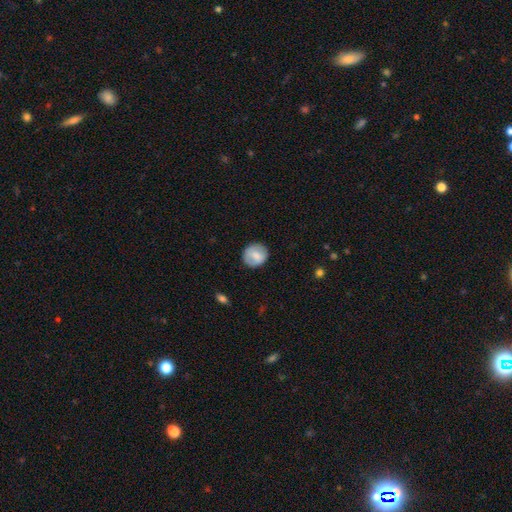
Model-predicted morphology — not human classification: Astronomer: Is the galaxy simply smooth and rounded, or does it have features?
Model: smooth — 71%.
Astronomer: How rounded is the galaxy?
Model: round — 80%.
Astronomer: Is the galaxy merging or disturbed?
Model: none — 83%.